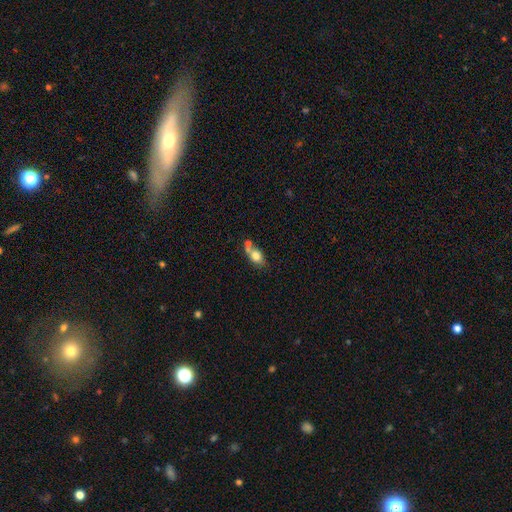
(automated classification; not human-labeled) smooth-or-featured: smooth: 74% | featured or disk: 17% | star or artifact: 9%
  how-rounded: in between: 65% | round: 32% | cigar-shaped: 3%
  merging: merger: 43% | none: 39% | minor disturbance: 13% | major disturbance: 5%